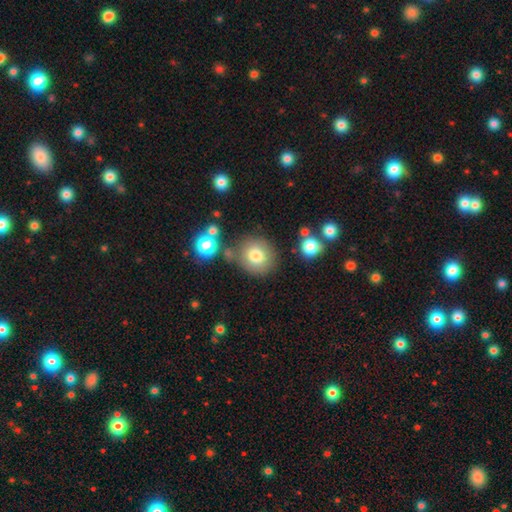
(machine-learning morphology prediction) smooth 79%, featured or disk 11%, star or artifact 11%. Down the decision tree: how rounded — round (84%); merging — none (74%).